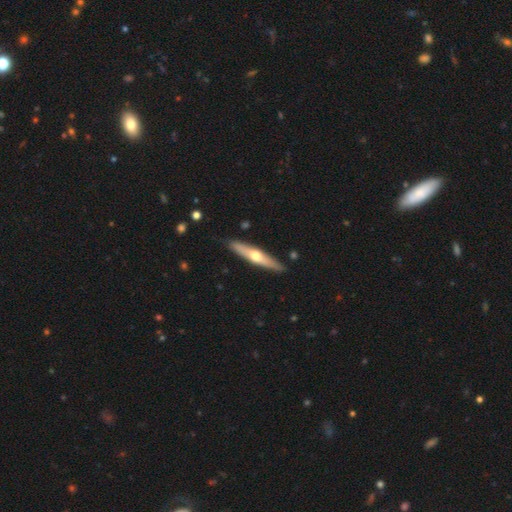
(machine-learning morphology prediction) Smooth or featured? Predicted: featured or disk (p=0.55). Edge-on disk? Predicted: yes (p=0.92). Edge-on bulge? Predicted: rounded (p=0.91). Merging? Predicted: none (p=0.89).